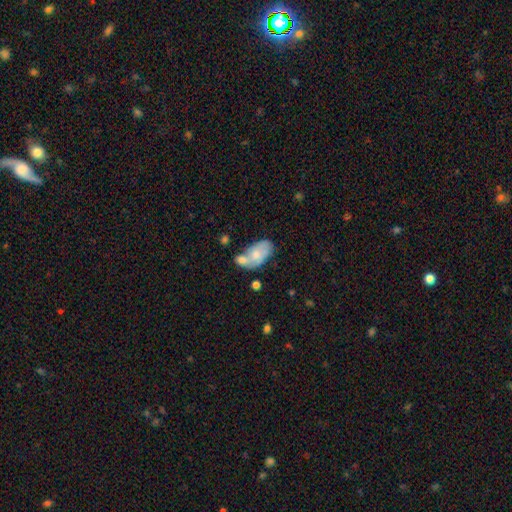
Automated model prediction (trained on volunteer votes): Q: Smooth or featured?
A: smooth (56%); runner-up: featured or disk (38%)
Q: How rounded?
A: in between (92%); runner-up: round (6%)
Q: Merging?
A: merger (42%); runner-up: none (29%)